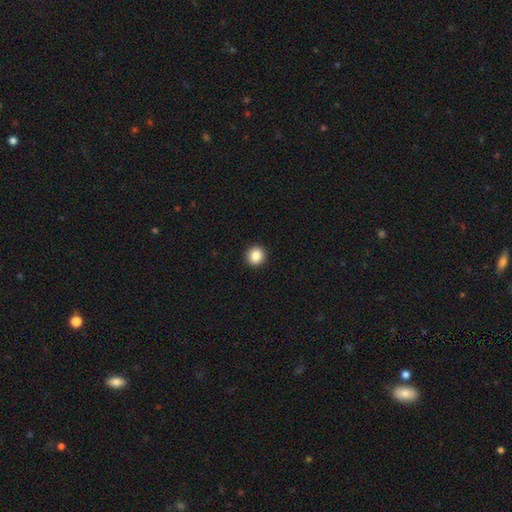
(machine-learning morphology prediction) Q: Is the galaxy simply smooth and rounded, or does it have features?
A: smooth — 87%.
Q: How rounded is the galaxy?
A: round — 93%.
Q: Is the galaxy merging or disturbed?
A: none — 94%.